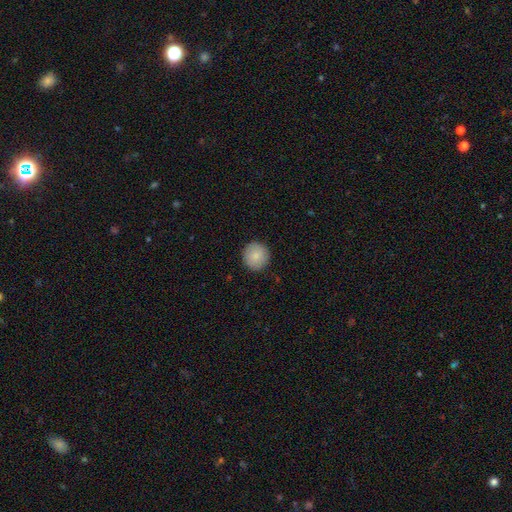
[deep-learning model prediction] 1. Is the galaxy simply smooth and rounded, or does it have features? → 87% smooth, 7% star or artifact, 6% featured or disk.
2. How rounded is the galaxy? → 94% round, 5% in between, 1% cigar-shaped.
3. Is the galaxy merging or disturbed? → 92% none, 6% minor disturbance, 2% major disturbance, 1% merger.